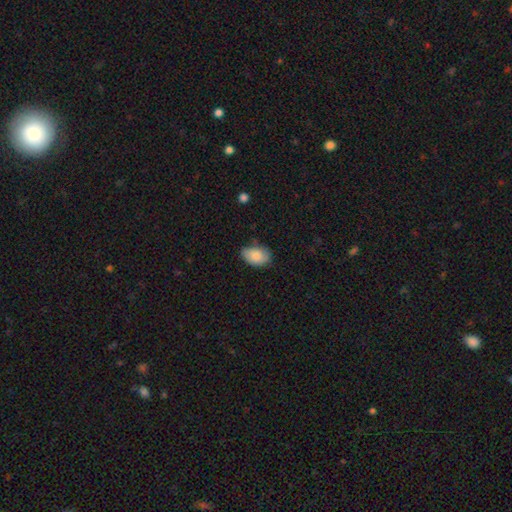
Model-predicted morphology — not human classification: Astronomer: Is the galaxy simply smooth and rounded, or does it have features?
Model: smooth — 83%.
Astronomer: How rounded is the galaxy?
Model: in between — 87%.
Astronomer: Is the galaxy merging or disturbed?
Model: none — 64%.